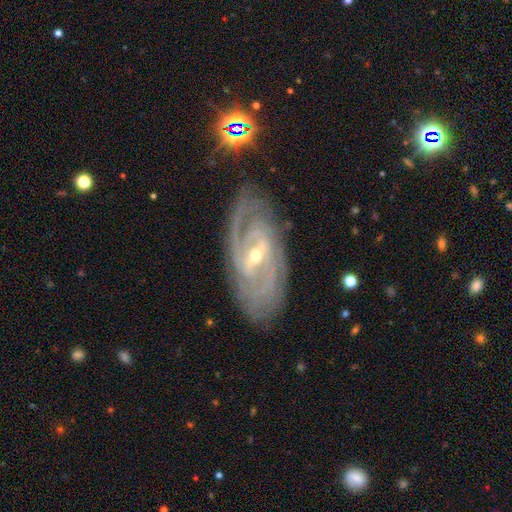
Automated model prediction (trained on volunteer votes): The model was most divided on "bar": strong: 42%, weak: 41%, no: 17%. Remaining: spiral arms — yes (96%); edge-on disk — no (93%); smooth or featured — featured or disk (88%); merging — none (81%); bulge size — small (63%); spiral winding — tight (59%); spiral arm count — 2 (49%).